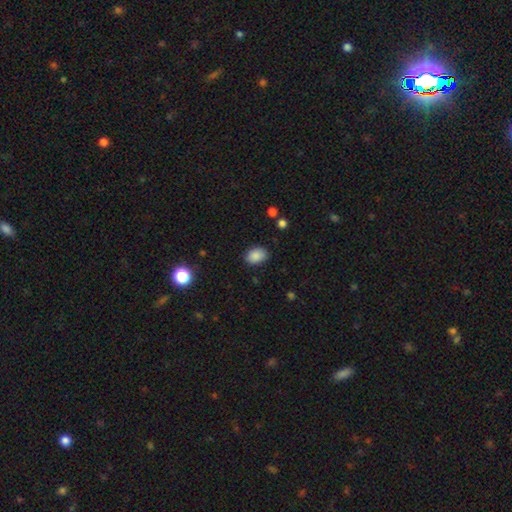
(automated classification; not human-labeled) This appears to be a smooth galaxy with no disk features (87%) that is in between round and cigar-shaped (76%). Merging: none (85%).